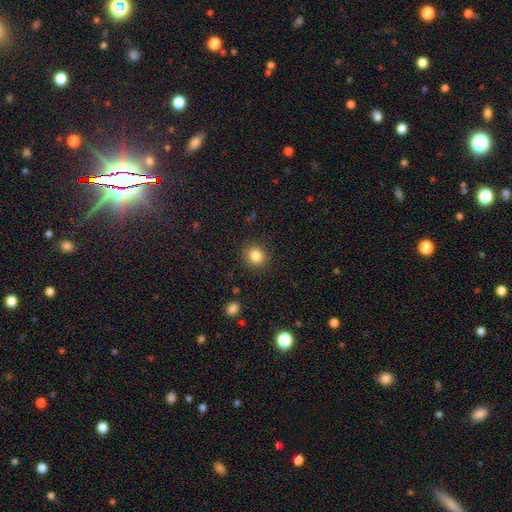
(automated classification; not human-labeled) Overall: smooth (83%). How rounded: round (82%). Merging: none (89%).